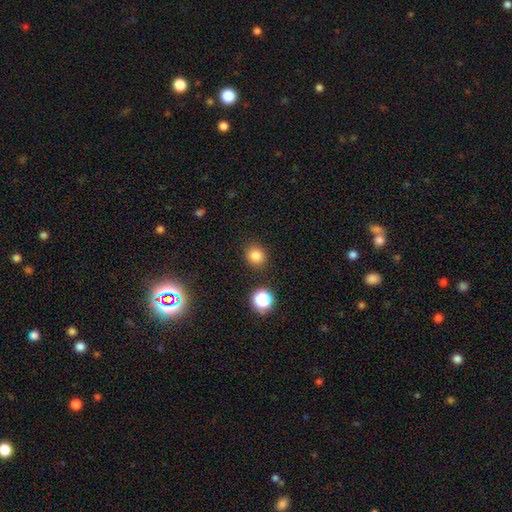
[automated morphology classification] Smooth or featured: smooth — 82% (star or artifact — 14%)
How rounded: round — 82% (in between — 17%)
Merging: none — 87% (minor disturbance — 8%)